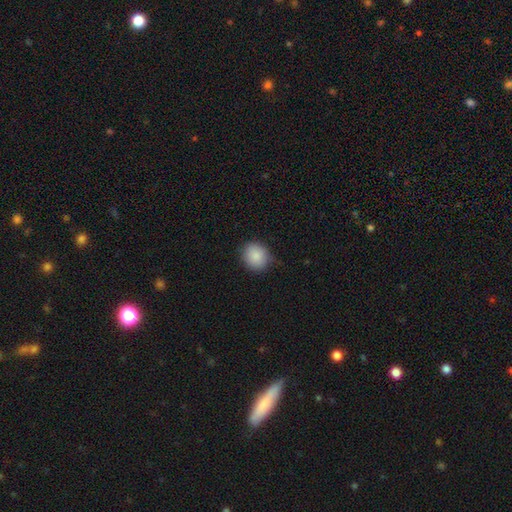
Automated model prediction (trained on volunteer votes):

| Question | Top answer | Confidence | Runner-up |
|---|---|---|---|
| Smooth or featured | smooth | 88% | star or artifact (8%) |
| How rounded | round | 76% | in between (23%) |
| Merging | none | 82% | minor disturbance (14%) |